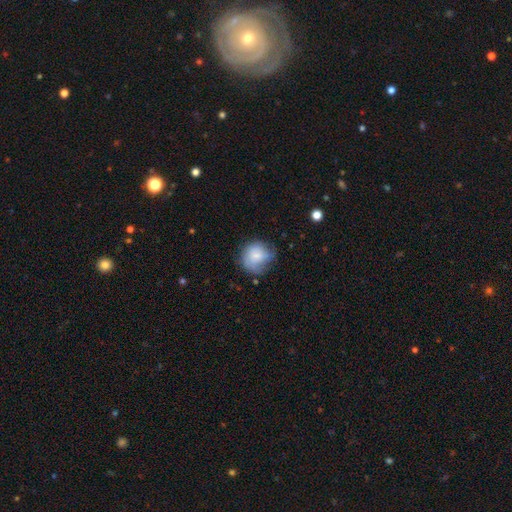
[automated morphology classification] A smooth galaxy with no disk features (65%) that is round (81%). Merging: none (54%).